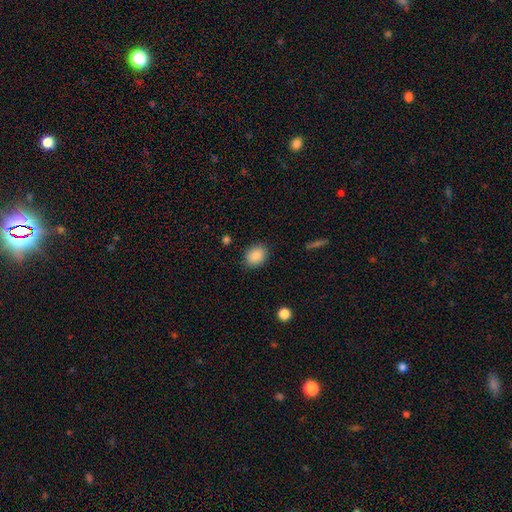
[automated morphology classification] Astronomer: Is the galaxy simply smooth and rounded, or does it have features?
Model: smooth — 88%.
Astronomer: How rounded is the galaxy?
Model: in between — 55% (runner-up: round, 44%).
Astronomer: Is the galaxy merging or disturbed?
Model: none — 87%.